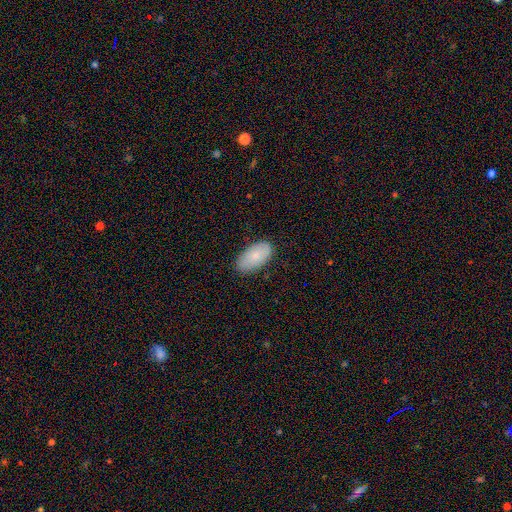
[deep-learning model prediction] Smooth or featured?
  - smooth: 81% *
  - featured or disk: 13%
  - star or artifact: 6%
How rounded?
  - in between: 95% *
  - round: 3%
  - cigar-shaped: 2%
Merging?
  - none: 83% *
  - minor disturbance: 13%
  - major disturbance: 2%
  - merger: 1%